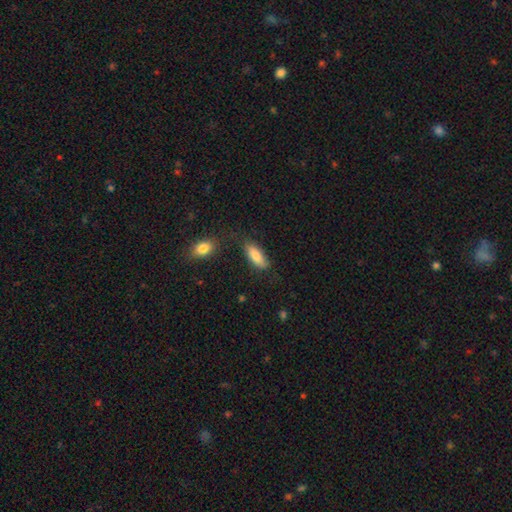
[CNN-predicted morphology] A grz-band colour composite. It shows a smooth galaxy with no disk features (83%) that is in between round and cigar-shaped (79%). Merging: none (71%).